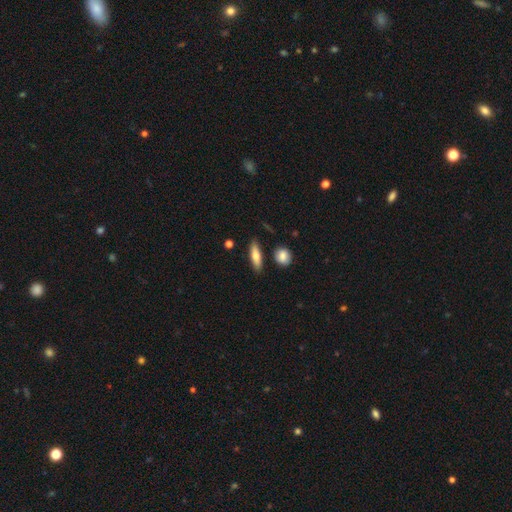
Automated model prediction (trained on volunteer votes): Morphology: type=smooth (73%); roundness=cigar-shaped (54%); merging=none (84%).